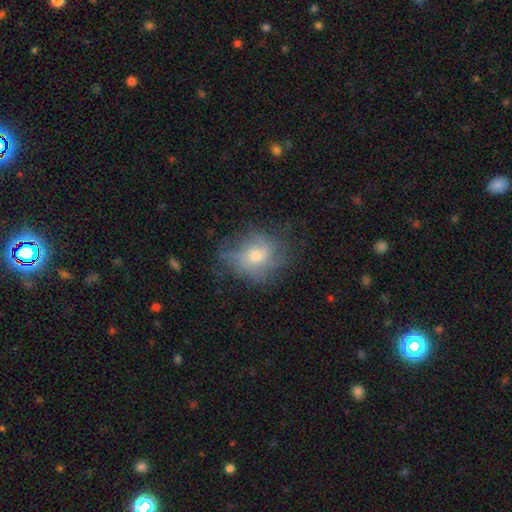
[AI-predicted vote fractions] Morphology: type=featured or disk (47%); merging=none (58%).